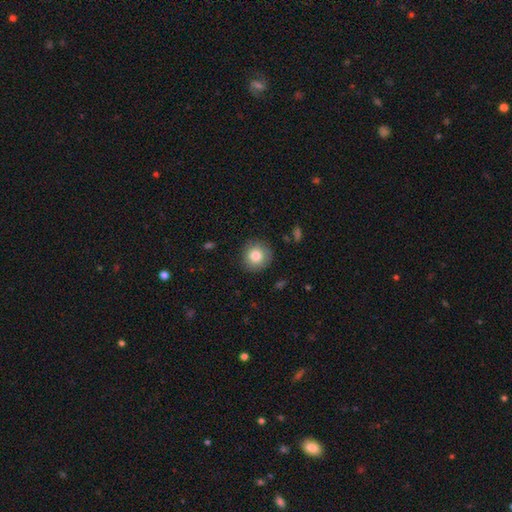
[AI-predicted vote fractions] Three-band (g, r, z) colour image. It shows a smooth galaxy with no disk features (82%) that is round (92%). Merging: none (87%).